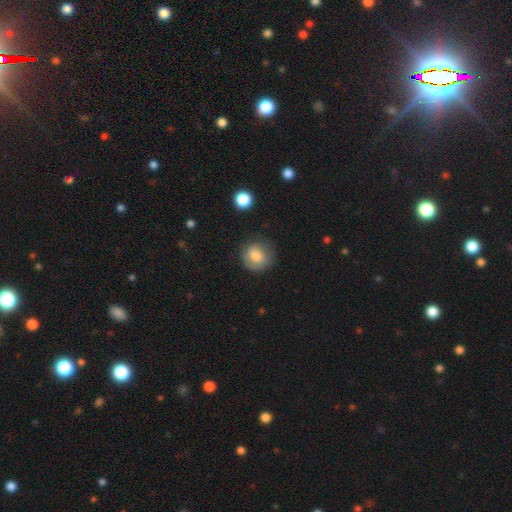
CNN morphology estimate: smooth_or_featured: smooth (p=0.77) [alt: featured or disk p=0.15]
how_rounded: round (p=0.85) [alt: in between p=0.14]
merging: none (p=0.72) [alt: minor disturbance p=0.19]